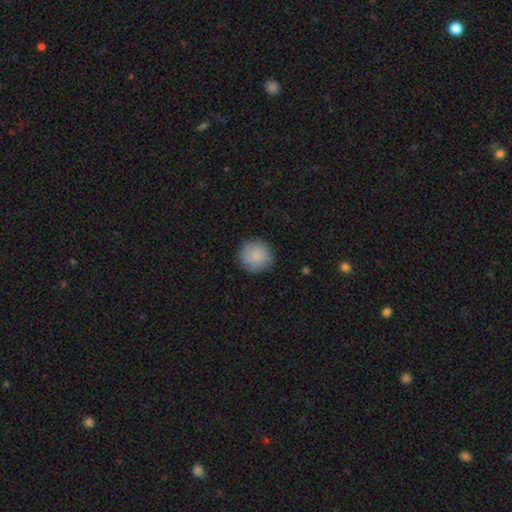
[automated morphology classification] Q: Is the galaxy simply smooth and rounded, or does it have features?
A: smooth — 82%.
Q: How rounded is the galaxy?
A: round — 93%.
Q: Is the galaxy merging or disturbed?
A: none — 84%.